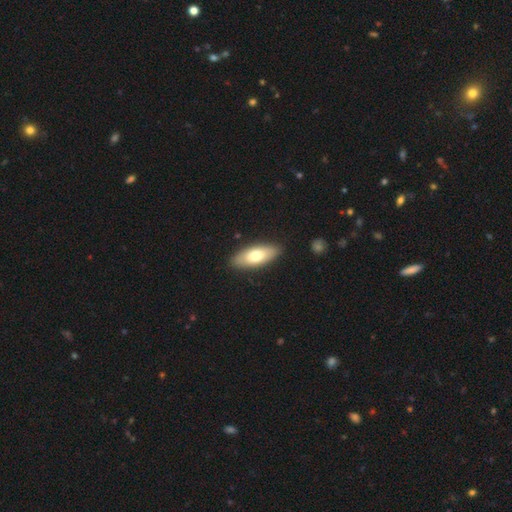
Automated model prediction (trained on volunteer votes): The model was most divided on "smooth or featured": smooth: 71%, featured or disk: 24%, star or artifact: 6%. More confident: merging — none (88%); how rounded — in between (76%).